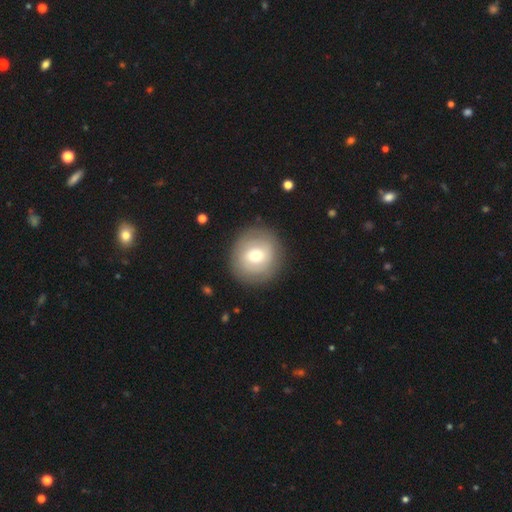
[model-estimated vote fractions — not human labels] A smooth galaxy with no disk features (64%) that is round (90%).

Vote fractions:
- Smooth or featured? smooth: 64% / featured or disk: 28% / star or artifact: 8%
- How rounded? round: 90% / in between: 9% / cigar-shaped: 1%
- Merging? none: 88% / minor disturbance: 8% / major disturbance: 3% / merger: 1%